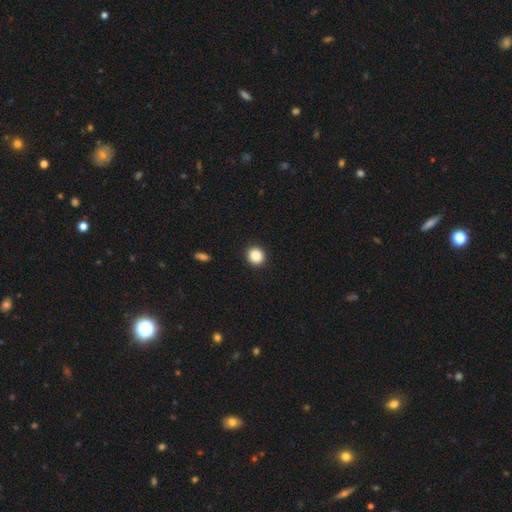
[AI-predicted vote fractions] Morphology: type=smooth (87%); roundness=round (86%); merging=none (92%).